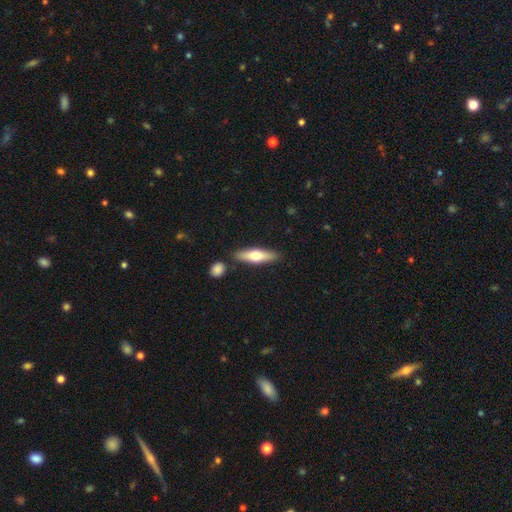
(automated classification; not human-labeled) Smooth or featured: smooth — 57% (featured or disk — 38%)
How rounded: cigar-shaped — 66% (in between — 32%)
Merging: none — 83% (minor disturbance — 9%)